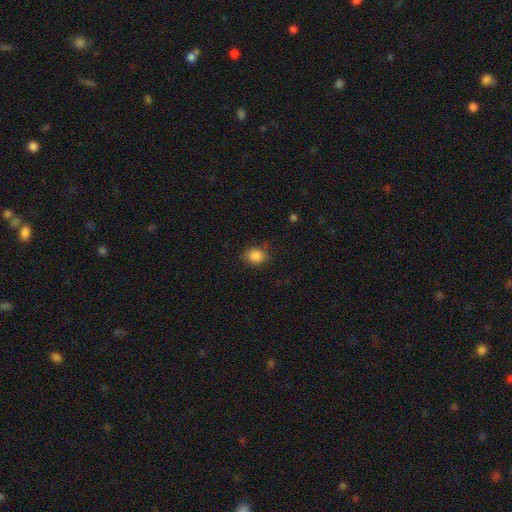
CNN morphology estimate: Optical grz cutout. It shows a smooth galaxy with no disk features (87%) that is round (58%). Merging: none (81%).